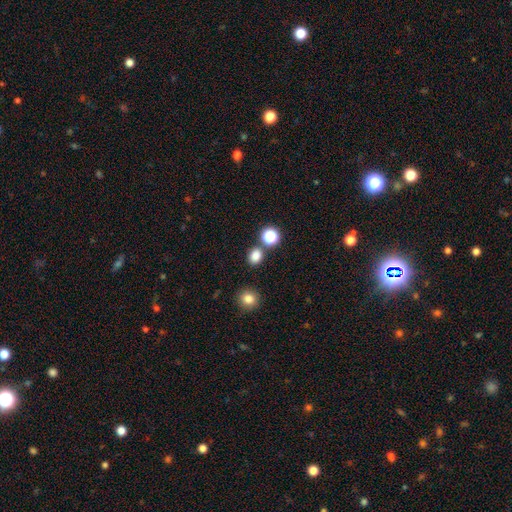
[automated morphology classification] This appears to be a smooth galaxy with no disk features (79%) that is round (58%). Merging: none (79%).